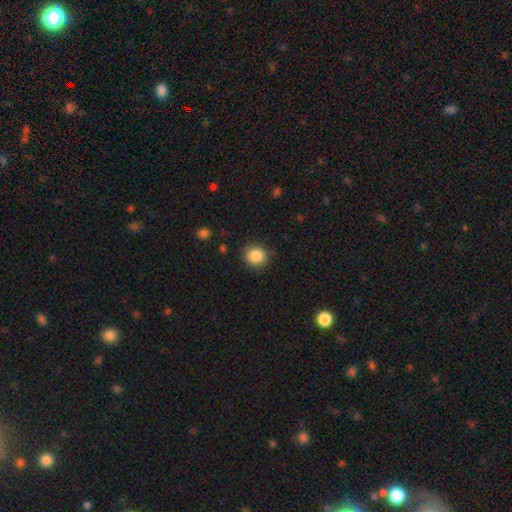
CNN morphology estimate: A smooth galaxy with no disk features (86%) that is round (89%).

Vote fractions:
- Smooth or featured? smooth: 86% / star or artifact: 9% / featured or disk: 4%
- How rounded? round: 89% / in between: 10% / cigar-shaped: 1%
- Merging? none: 87% / minor disturbance: 9% / major disturbance: 3% / merger: 1%